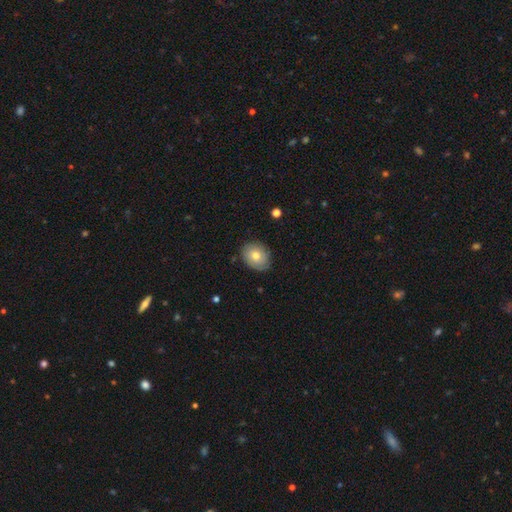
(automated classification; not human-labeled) Smooth or featured?
  - smooth: 64% *
  - featured or disk: 28%
  - star or artifact: 8%
How rounded?
  - round: 50% *
  - in between: 49%
  - cigar-shaped: 1%
Merging?
  - none: 79% *
  - minor disturbance: 16%
  - major disturbance: 3%
  - merger: 1%